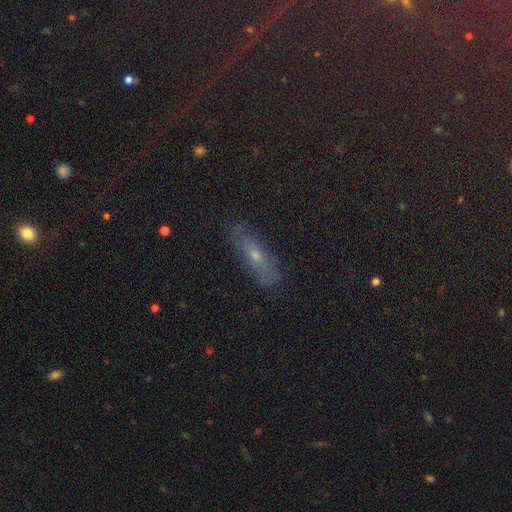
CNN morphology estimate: Overall: smooth (44%; featured or disk 28%). Merging: none (82%).